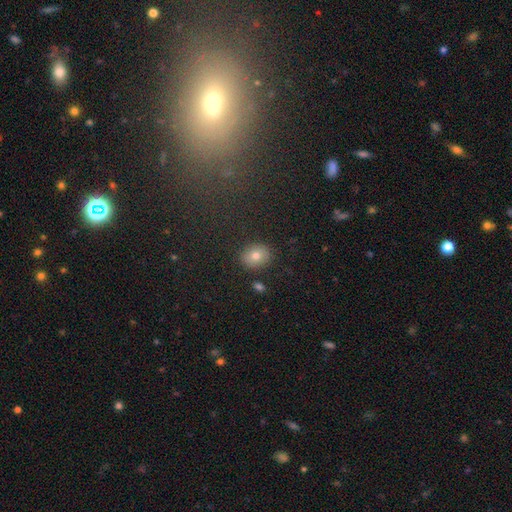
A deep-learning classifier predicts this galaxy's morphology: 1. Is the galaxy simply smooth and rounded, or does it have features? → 75% smooth, 13% star or artifact, 12% featured or disk.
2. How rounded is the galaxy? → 50% in between, 48% round, 1% cigar-shaped.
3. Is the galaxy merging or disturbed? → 87% none, 8% minor disturbance, 2% major disturbance, 2% merger.